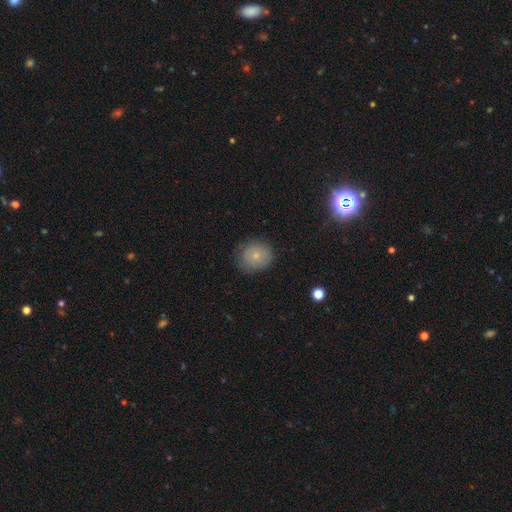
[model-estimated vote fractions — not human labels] smooth_or_featured: smooth (p=0.73) [alt: featured or disk p=0.18]
how_rounded: round (p=0.79) [alt: in between p=0.21]
merging: none (p=0.77) [alt: minor disturbance p=0.17]